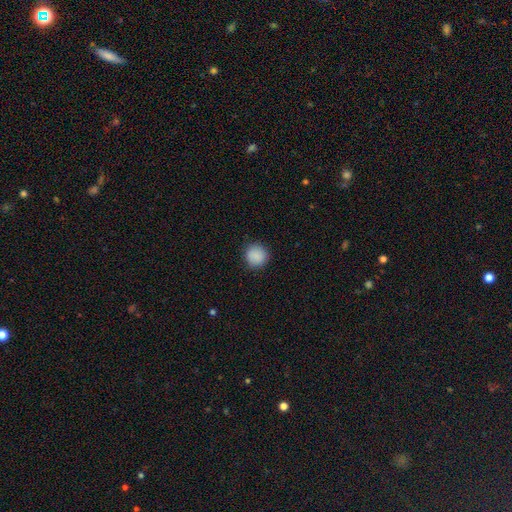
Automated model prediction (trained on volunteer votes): This appears to be a smooth galaxy with no disk features (89%) that is round (93%). Merging: none (90%).